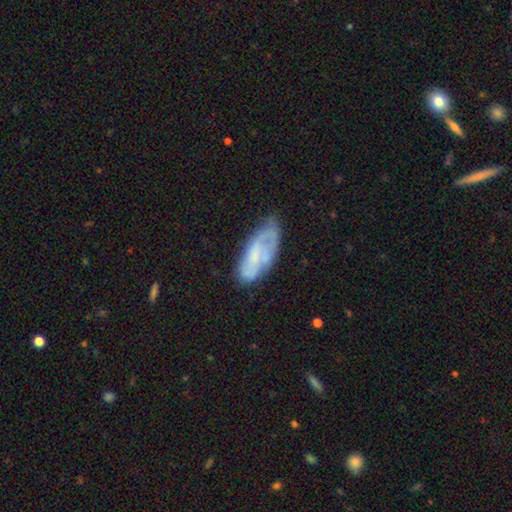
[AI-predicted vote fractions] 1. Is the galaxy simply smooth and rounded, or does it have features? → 48% featured or disk, 44% smooth, 8% star or artifact.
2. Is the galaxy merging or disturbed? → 58% none, 28% minor disturbance, 10% major disturbance, 3% merger.